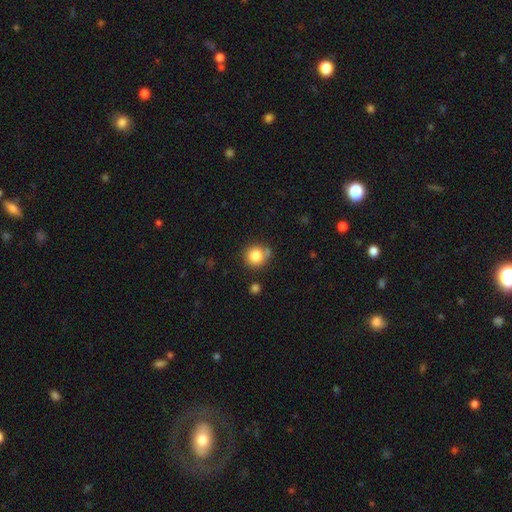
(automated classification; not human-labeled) Overall: smooth (83%). How rounded: round (90%). Merging: none (69%).